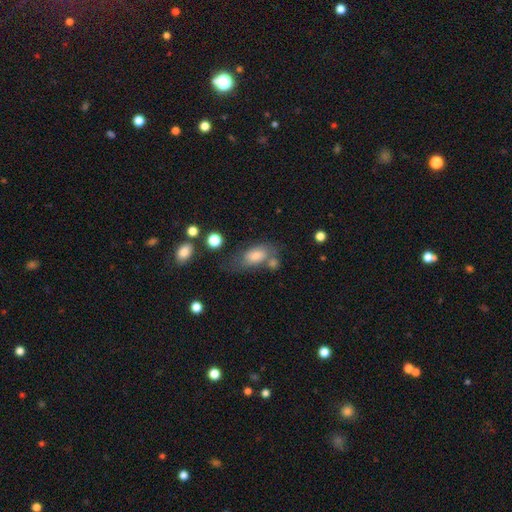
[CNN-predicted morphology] Smooth or featured: smooth — 68% (featured or disk — 21%)
How rounded: in between — 85% (round — 8%)
Merging: none — 43% (minor disturbance — 24%)